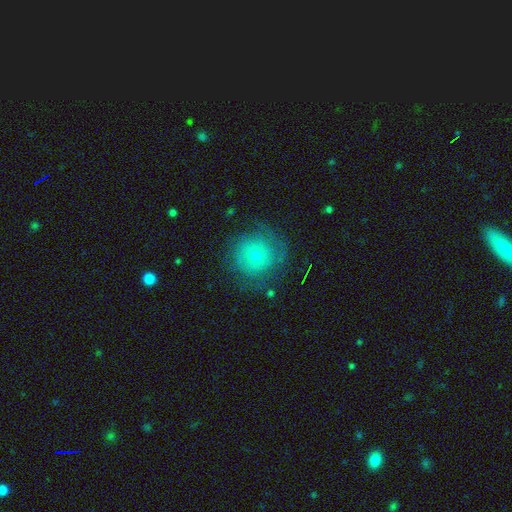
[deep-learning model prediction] Smooth or featured? smooth (55%)
How rounded? round (91%)
Merging? none (71%)